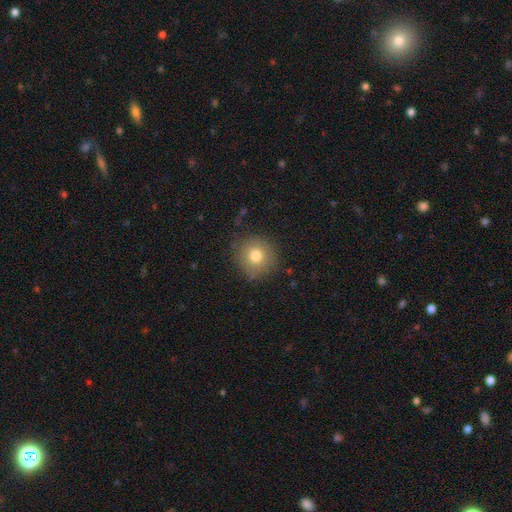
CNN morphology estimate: smooth-or-featured: smooth: 77% | star or artifact: 12% | featured or disk: 11%
  how-rounded: round: 93% | in between: 6% | cigar-shaped: 1%
  merging: none: 85% | minor disturbance: 10% | major disturbance: 3% | merger: 1%